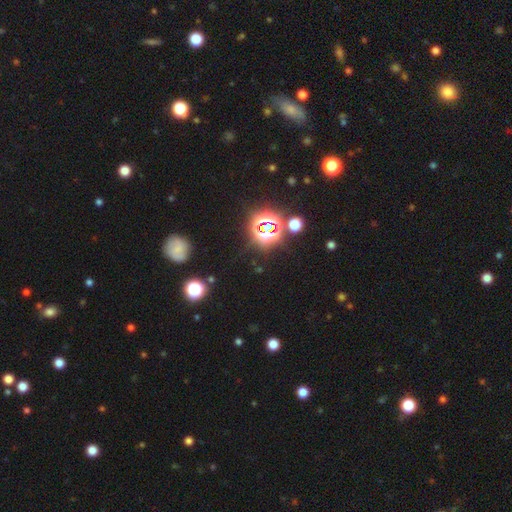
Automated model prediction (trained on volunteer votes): Q: Smooth or featured?
A: star or artifact (76%); runner-up: smooth (16%)